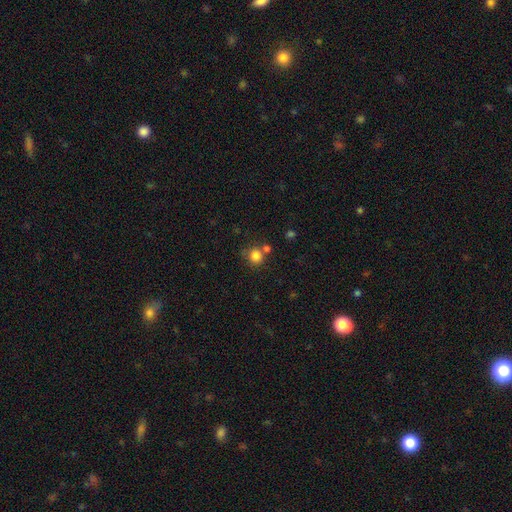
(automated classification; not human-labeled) A smooth galaxy with no disk features (83%) that is round (88%).

Vote fractions:
- Smooth or featured? smooth: 83% / star or artifact: 11% / featured or disk: 6%
- How rounded? round: 88% / in between: 11% / cigar-shaped: 1%
- Merging? none: 63% / merger: 20% / minor disturbance: 12% / major disturbance: 5%